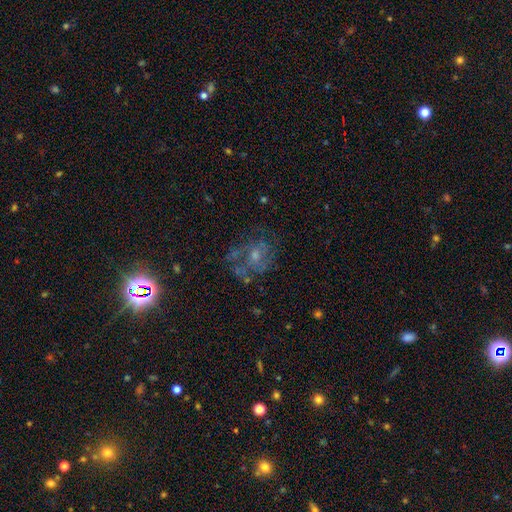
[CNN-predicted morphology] Smooth or featured? featured or disk (59%)
Edge-on disk? no (97%)
Bar? no (77%)
Spiral arms? yes (54%)
Bulge size? moderate (44%)
Merging? none (52%)